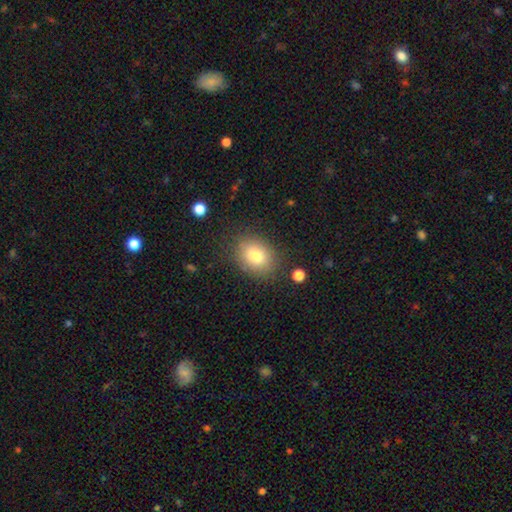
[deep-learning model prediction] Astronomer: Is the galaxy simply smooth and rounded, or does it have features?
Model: smooth — 78%.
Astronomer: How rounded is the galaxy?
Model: in between — 56% (runner-up: round, 43%).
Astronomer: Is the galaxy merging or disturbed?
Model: none — 82%.